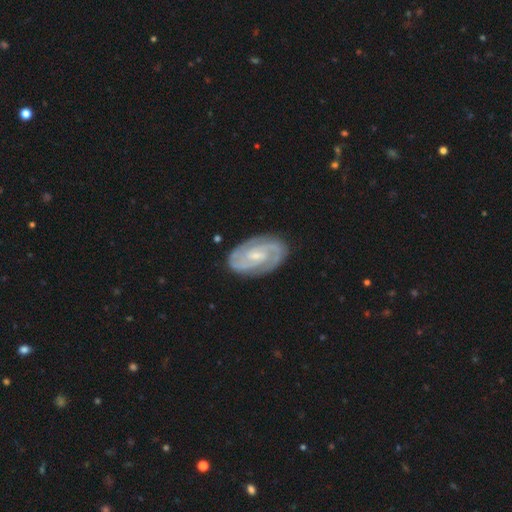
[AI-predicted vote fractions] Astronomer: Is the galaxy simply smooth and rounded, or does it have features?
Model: featured or disk — 86%.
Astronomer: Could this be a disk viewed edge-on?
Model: no — 96%.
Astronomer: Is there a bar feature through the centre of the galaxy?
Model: weak — 48% (runner-up: no, 37%).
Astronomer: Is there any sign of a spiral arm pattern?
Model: yes — 97%.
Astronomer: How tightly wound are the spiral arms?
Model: tight — 60%.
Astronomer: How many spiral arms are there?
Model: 2 — 68%.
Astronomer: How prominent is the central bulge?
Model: small — 61%.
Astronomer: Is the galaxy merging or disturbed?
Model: none — 83%.